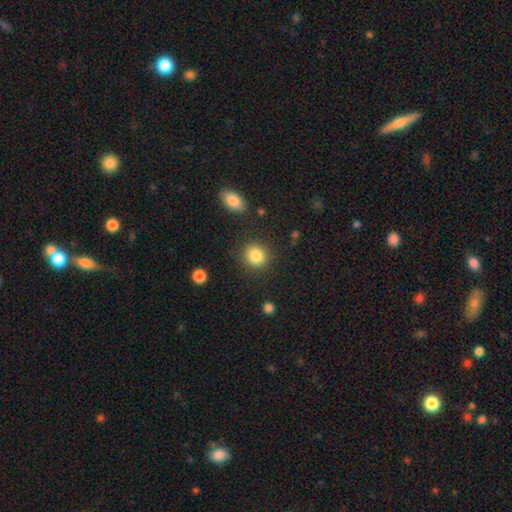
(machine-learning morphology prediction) Smooth or featured? Predicted: smooth (p=0.85). How rounded? Predicted: round (p=0.87). Merging? Predicted: none (p=0.87).